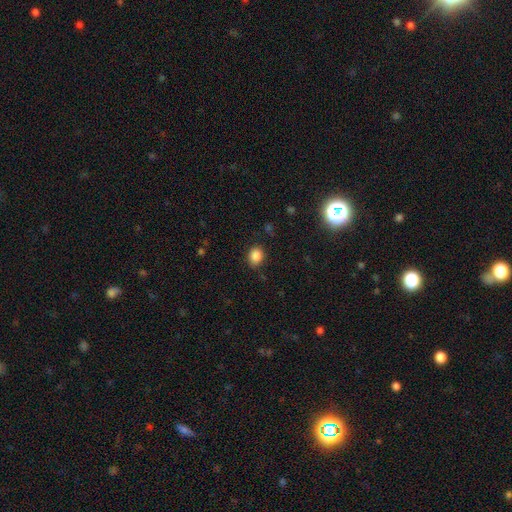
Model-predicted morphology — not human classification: smooth_or_featured: smooth (p=0.85) [alt: star or artifact p=0.11]
how_rounded: round (p=0.57) [alt: in between p=0.43]
merging: none (p=0.83) [alt: minor disturbance p=0.13]